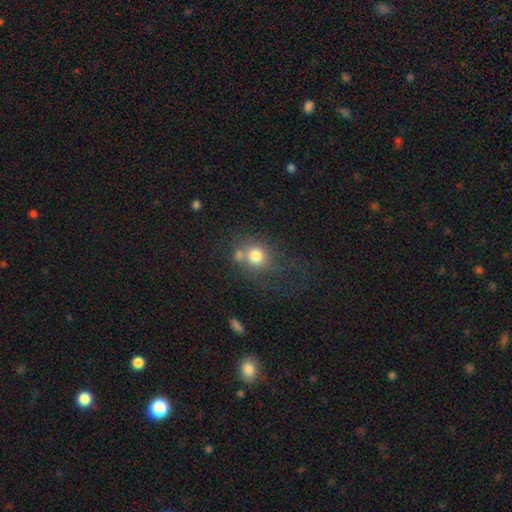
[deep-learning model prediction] This is likely a smooth galaxy (76%). How rounded: clearly round (81%). Merging: possibly none (48%).